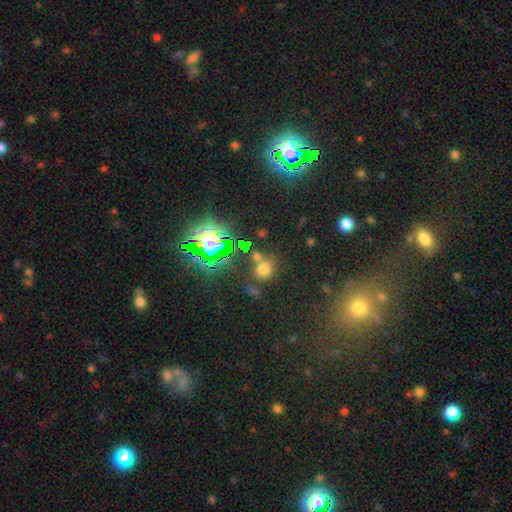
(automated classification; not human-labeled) Morphology: type=star or artifact (48%).